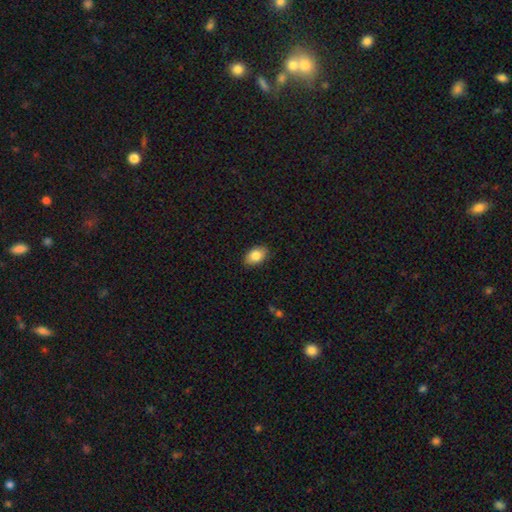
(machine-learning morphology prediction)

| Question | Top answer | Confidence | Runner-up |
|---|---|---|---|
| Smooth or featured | smooth | 84% | featured or disk (8%) |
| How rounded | in between | 88% | round (10%) |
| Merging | none | 88% | minor disturbance (9%) |